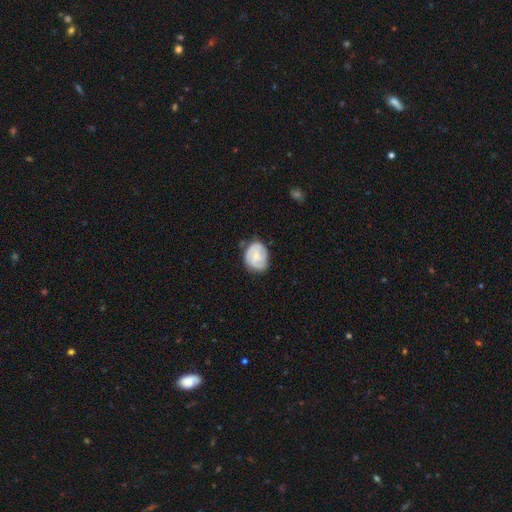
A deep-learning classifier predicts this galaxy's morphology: Smooth or featured? featured or disk (52%)
Edge-on disk? no (98%)
Bar? no (69%)
Spiral arms? yes (85%)
Bulge size? small (47%)
Merging? none (67%)